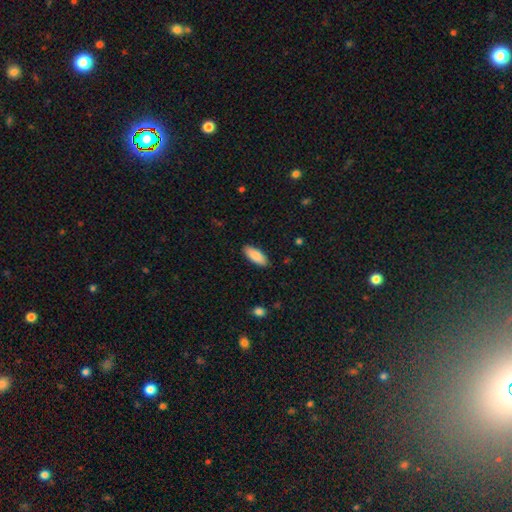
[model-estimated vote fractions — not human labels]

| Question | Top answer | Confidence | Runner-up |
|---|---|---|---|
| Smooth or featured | smooth | 87% | featured or disk (7%) |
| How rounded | in between | 77% | cigar-shaped (21%) |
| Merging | none | 89% | minor disturbance (9%) |